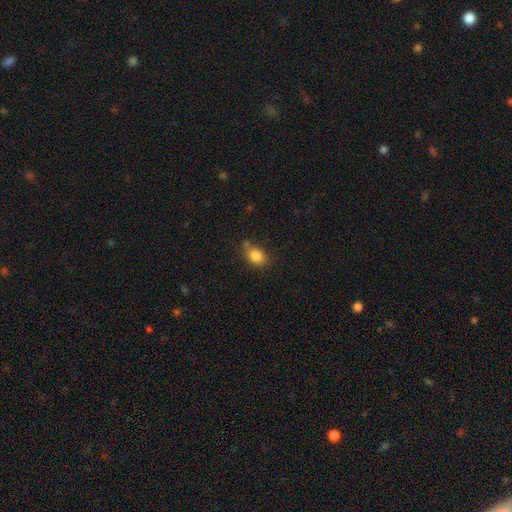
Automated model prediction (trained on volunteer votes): A smooth galaxy with no disk features (84%) that is in between round and cigar-shaped (70%). Merging: none (66%).